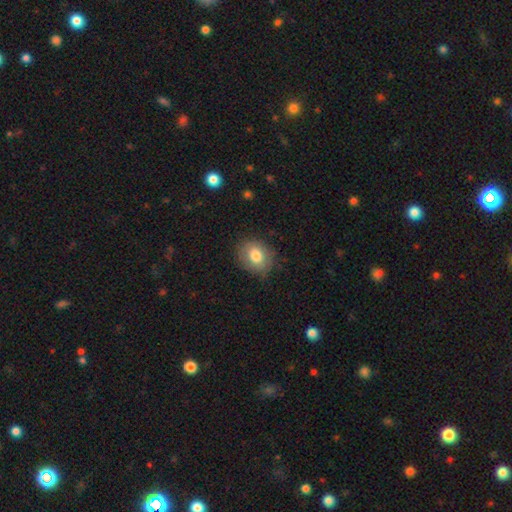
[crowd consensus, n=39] Volunteers were most divided on "merging": none: 81%, minor disturbance: 16%, major disturbance: 3%, merger: 0%. More confident: how rounded — round (91%); smooth or featured — smooth (82%).